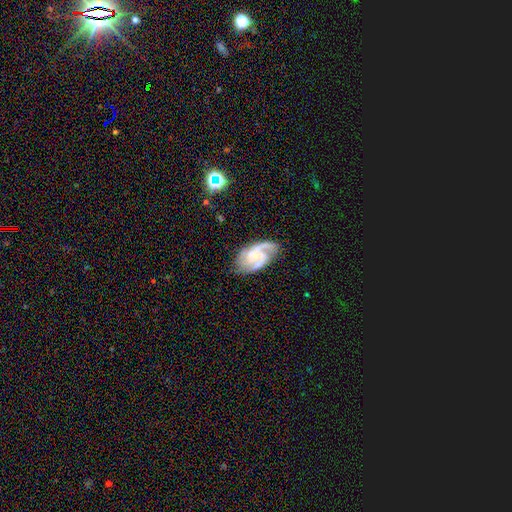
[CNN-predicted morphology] Smooth or featured: featured or disk — 87% (smooth — 8%)
Edge-on disk: no — 97% (yes — 3%)
Bar: no — 57% (weak — 36%)
Spiral arms: yes — 98% (no — 2%)
Spiral winding: medium — 49% (tight — 40%)
Spiral arm count: 3 — 43% (2 — 39%)
Bulge size: small — 60% (moderate — 26%)
Merging: none — 73% (minor disturbance — 19%)